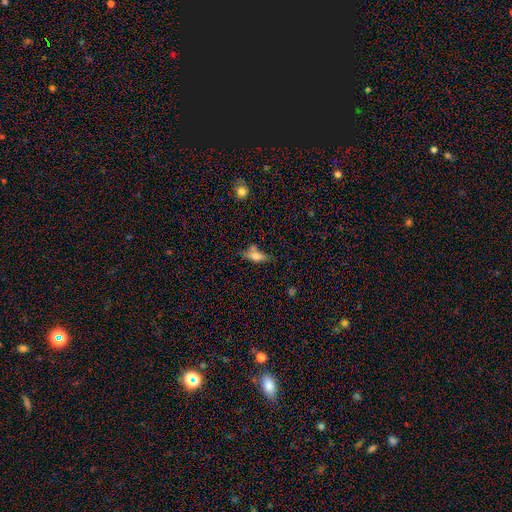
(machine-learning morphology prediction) A smooth galaxy with no disk features (68%) that is in between round and cigar-shaped (63%).

Vote fractions:
- Smooth or featured? smooth: 68% / featured or disk: 21% / star or artifact: 11%
- How rounded? in between: 63% / cigar-shaped: 32% / round: 4%
- Merging? none: 53% / minor disturbance: 22% / merger: 17% / major disturbance: 9%